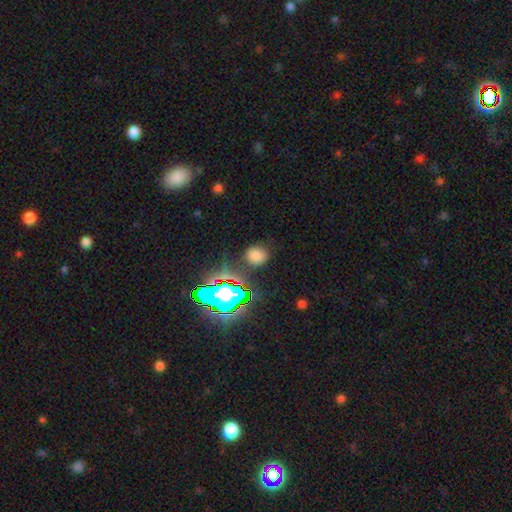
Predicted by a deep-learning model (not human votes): A smooth galaxy with no disk features (68%) that is round (70%).

Vote fractions:
- Smooth or featured? smooth: 68% / star or artifact: 24% / featured or disk: 8%
- How rounded? round: 70% / in between: 29% / cigar-shaped: 1%
- Merging? none: 80% / minor disturbance: 12% / major disturbance: 5% / merger: 3%